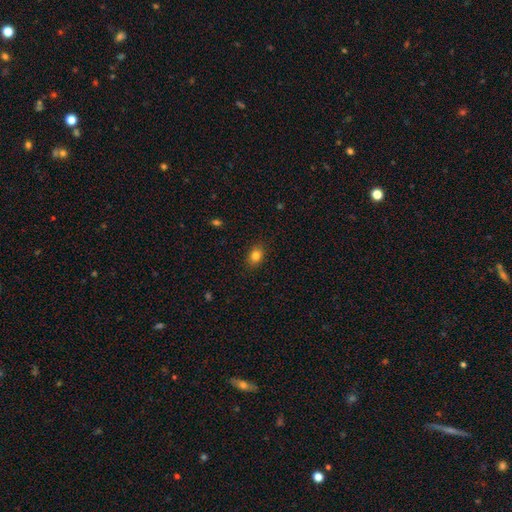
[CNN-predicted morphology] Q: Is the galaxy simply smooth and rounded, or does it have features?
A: smooth — 82%.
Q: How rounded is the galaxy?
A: in between — 63%.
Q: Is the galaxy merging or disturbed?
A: none — 88%.